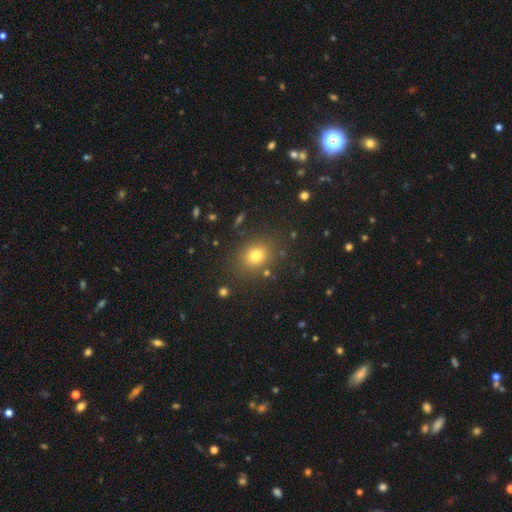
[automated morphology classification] Smooth or featured? smooth (76%)
How rounded? round (51%)
Merging? none (84%)